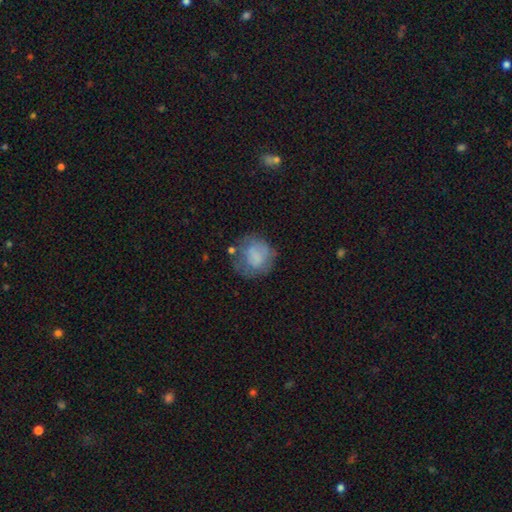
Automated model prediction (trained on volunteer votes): Smooth or featured: smooth — 64% (featured or disk — 26%)
How rounded: round — 80% (in between — 19%)
Merging: none — 54% (minor disturbance — 24%)